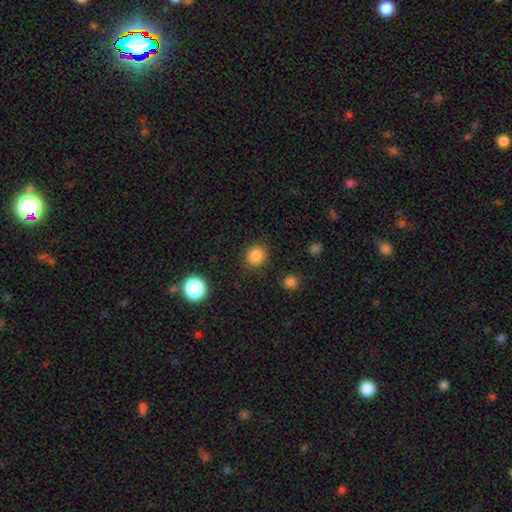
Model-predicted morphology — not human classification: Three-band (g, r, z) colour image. It shows a smooth galaxy with no disk features (85%) that is round (78%). Merging: none (88%).